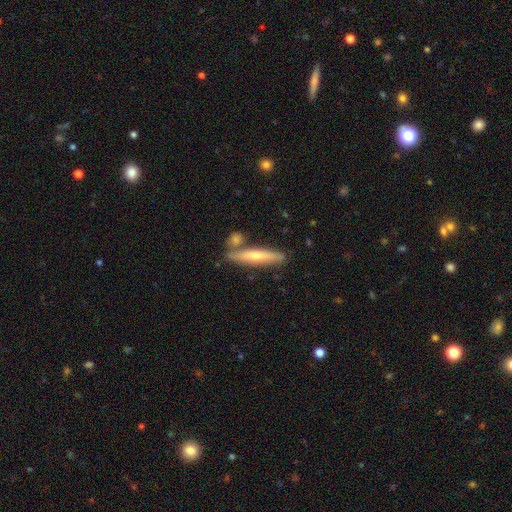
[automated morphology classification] type=featured or disk (48%); merging=none (75%).